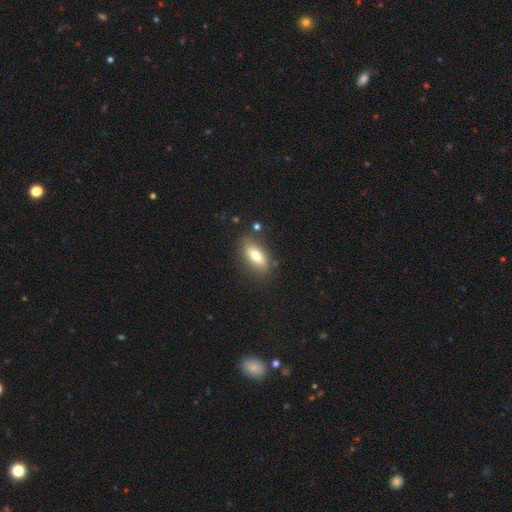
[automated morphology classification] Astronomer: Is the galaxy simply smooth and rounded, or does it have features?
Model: smooth — 73%.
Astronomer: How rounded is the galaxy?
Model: in between — 81%.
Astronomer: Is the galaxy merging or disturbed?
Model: none — 79%.